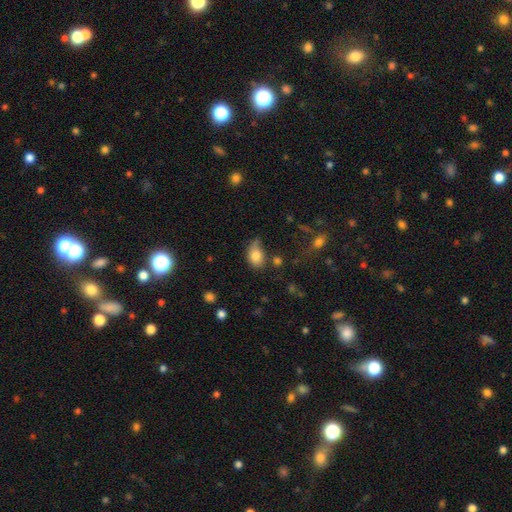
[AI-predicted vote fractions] smooth-or-featured: smooth: 81% | featured or disk: 10% | star or artifact: 9%
  how-rounded: in between: 79% | round: 19% | cigar-shaped: 2%
  merging: none: 43% | minor disturbance: 37% | major disturbance: 15% | merger: 6%